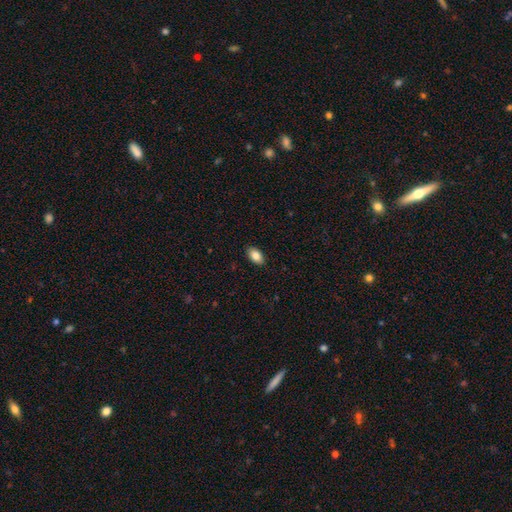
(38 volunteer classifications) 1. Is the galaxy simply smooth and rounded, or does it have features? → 79% smooth, 18% featured or disk, 3% star or artifact.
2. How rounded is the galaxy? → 100% in between, 0% round, 0% cigar-shaped.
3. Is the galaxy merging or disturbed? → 95% none, 5% minor disturbance, 0% major disturbance, 0% merger.